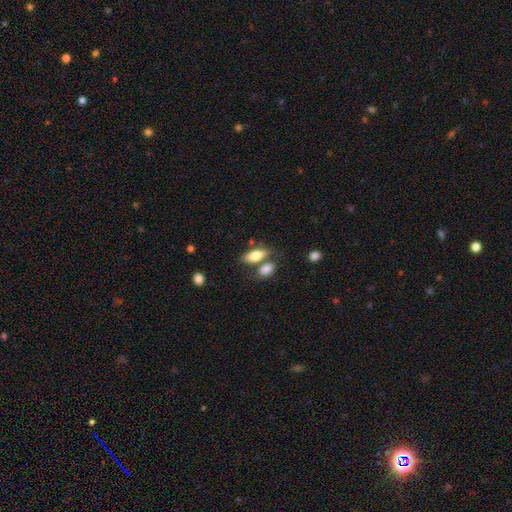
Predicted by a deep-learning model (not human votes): smooth_or_featured: smooth (p=0.79) [alt: featured or disk p=0.14]
how_rounded: in between (p=0.84) [alt: cigar-shaped p=0.11]
merging: none (p=0.56) [alt: merger p=0.28]